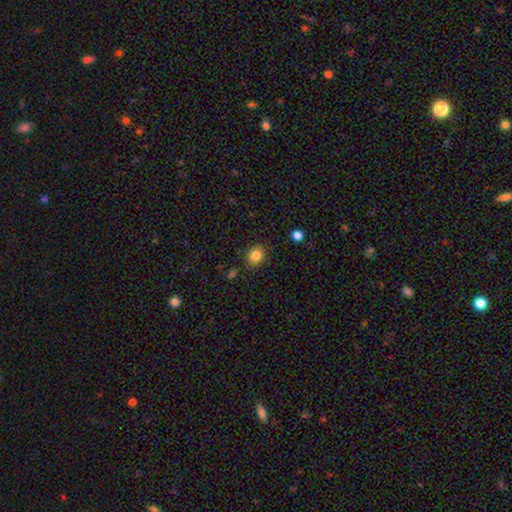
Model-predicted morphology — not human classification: Overall: smooth (84%). How rounded: round (68%; in between 31%). Merging: none (85%).